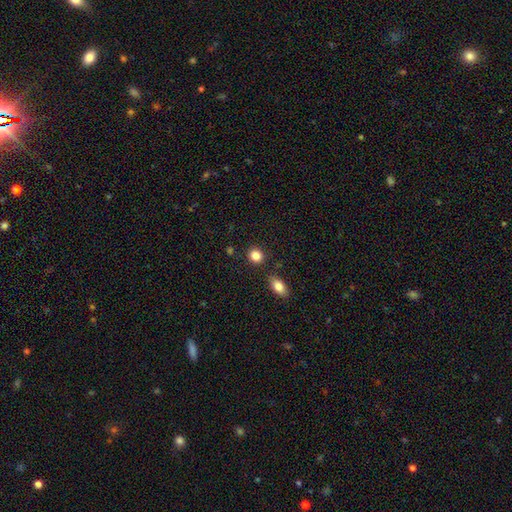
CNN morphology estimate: smooth-or-featured: smooth: 86% | star or artifact: 9% | featured or disk: 5%
  how-rounded: round: 75% | in between: 24% | cigar-shaped: 1%
  merging: none: 85% | minor disturbance: 8% | merger: 5% | major disturbance: 2%